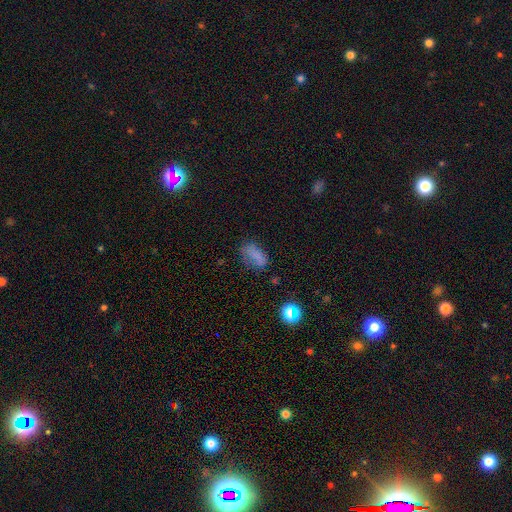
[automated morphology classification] Smooth or featured?
  - smooth: 73% *
  - star or artifact: 15%
  - featured or disk: 12%
How rounded?
  - in between: 85% *
  - cigar-shaped: 9%
  - round: 6%
Merging?
  - none: 53% *
  - minor disturbance: 27%
  - major disturbance: 16%
  - merger: 4%